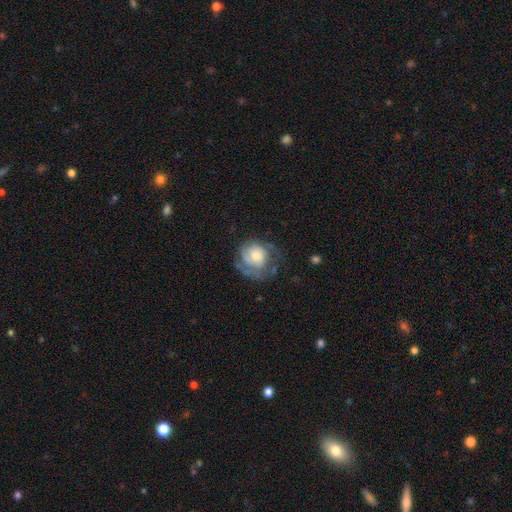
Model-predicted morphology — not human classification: Overall: featured or disk (58%; smooth 35%). Edge-on disk: no (97%). Bar: no (80%). Spiral arms: yes (80%). Bulge size: moderate (45%; small 26%). Merging: none (54%; minor disturbance 24%).